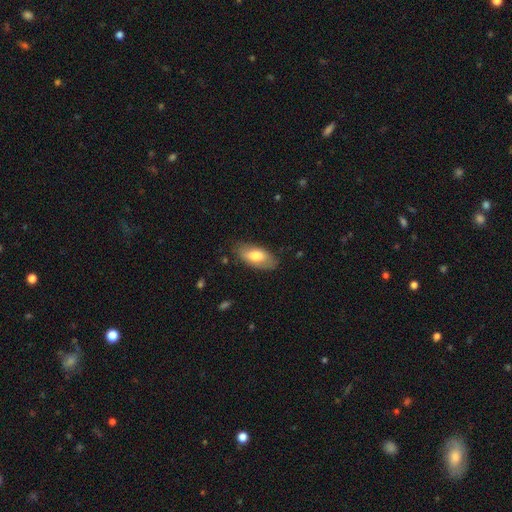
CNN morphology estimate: Smooth or featured?
  - smooth: 73% *
  - featured or disk: 21%
  - star or artifact: 6%
How rounded?
  - in between: 90% *
  - cigar-shaped: 7%
  - round: 3%
Merging?
  - none: 78% *
  - minor disturbance: 16%
  - major disturbance: 4%
  - merger: 1%